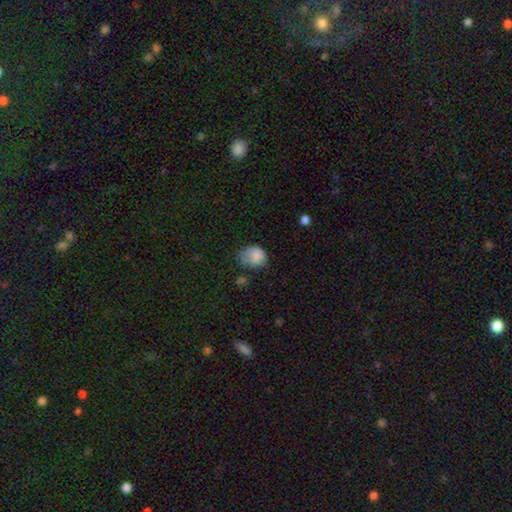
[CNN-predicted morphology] A smooth galaxy with no disk features (80%) that is in between round and cigar-shaped (55%). Merging: none (40%).